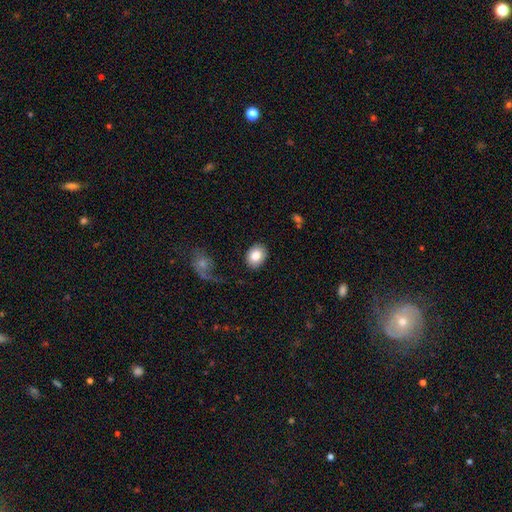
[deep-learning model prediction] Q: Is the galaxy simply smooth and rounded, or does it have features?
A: smooth — 84%.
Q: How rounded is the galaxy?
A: in between — 56%.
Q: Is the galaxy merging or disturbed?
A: none — 85%.